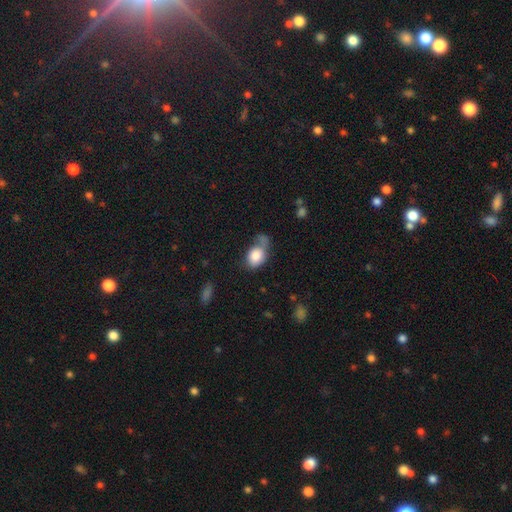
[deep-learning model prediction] The model was most divided on "merging": none: 33%, minor disturbance: 25%, major disturbance: 22%, merger: 20%. More confident: smooth or featured — smooth (81%); how rounded — in between (69%).